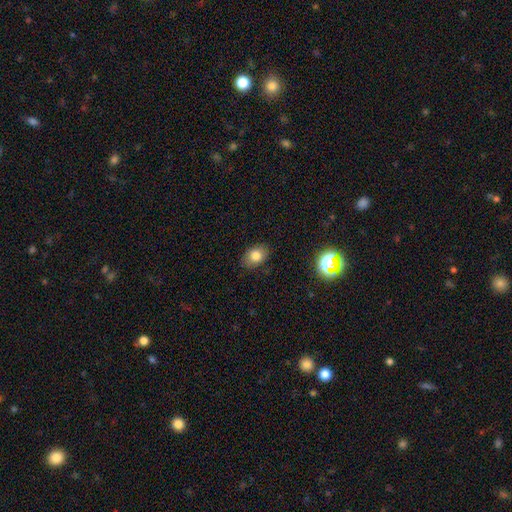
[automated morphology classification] Q: Smooth or featured?
A: smooth (80%); runner-up: star or artifact (11%)
Q: How rounded?
A: in between (75%); runner-up: round (24%)
Q: Merging?
A: none (83%); runner-up: minor disturbance (13%)